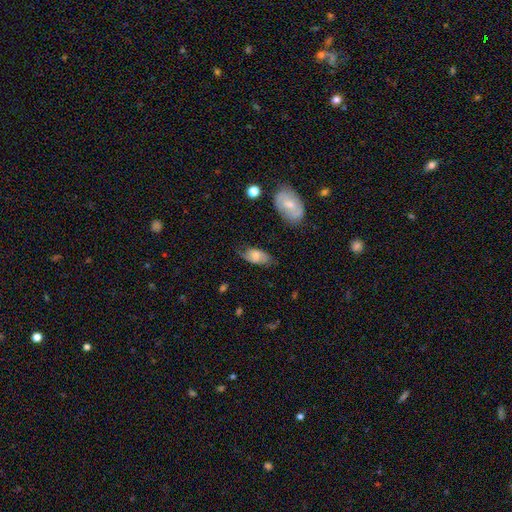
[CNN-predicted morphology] A featured or disk galaxy (48%).

Vote fractions:
- Smooth or featured? featured or disk: 48% / smooth: 45% / star or artifact: 8%
- Merging? none: 64% / minor disturbance: 26% / major disturbance: 9% / merger: 2%